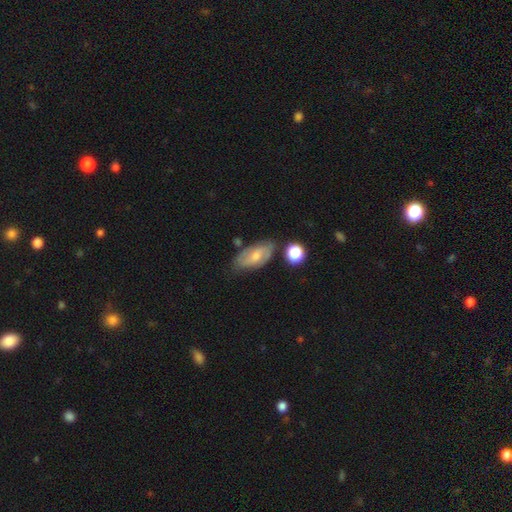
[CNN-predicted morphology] smooth-or-featured: featured or disk: 53% | smooth: 40% | star or artifact: 7%
  disk-edge-on: no: 92% | yes: 8%
  merging: none: 65% | minor disturbance: 22% | merger: 6% | major disturbance: 6%